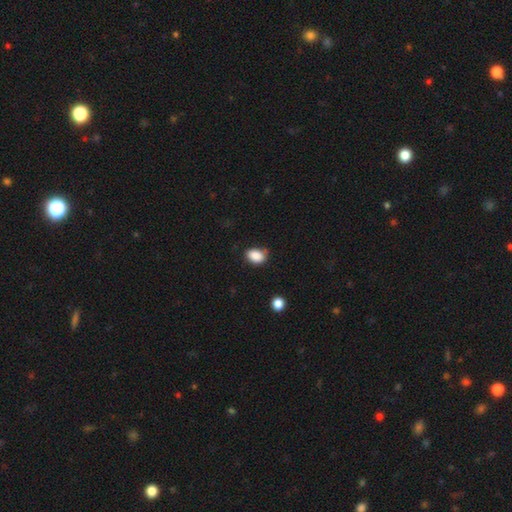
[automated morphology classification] The model was most divided on "merging": none: 71%, minor disturbance: 22%, major disturbance: 4%, merger: 3%. More confident: smooth or featured — smooth (87%); how rounded — in between (76%).